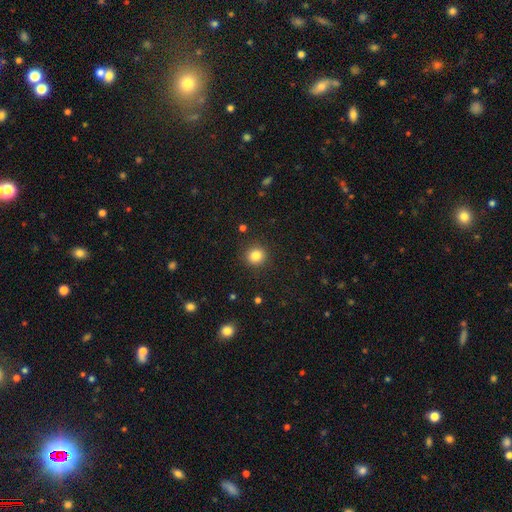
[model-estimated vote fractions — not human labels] A smooth galaxy with no disk features (84%) that is round (91%).

Vote fractions:
- Smooth or featured? smooth: 84% / star or artifact: 11% / featured or disk: 5%
- How rounded? round: 91% / in between: 8% / cigar-shaped: 1%
- Merging? none: 90% / minor disturbance: 6% / major disturbance: 2% / merger: 1%